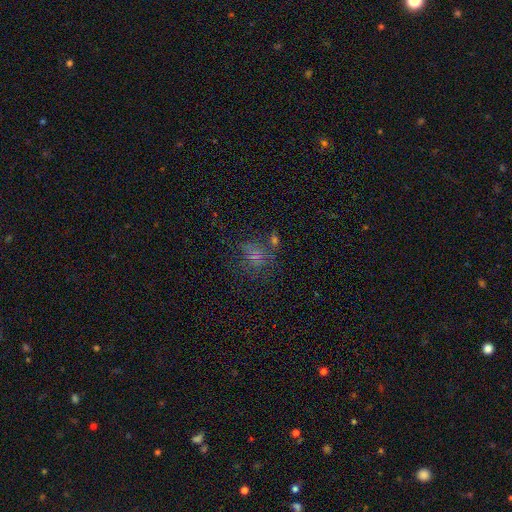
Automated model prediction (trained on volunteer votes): This is possibly a smooth galaxy (46%). Merging: possibly none (53%).